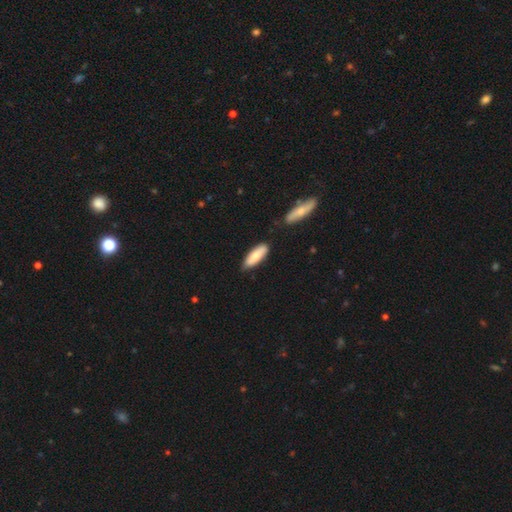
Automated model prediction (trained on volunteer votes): smooth-or-featured: smooth: 77% | featured or disk: 17% | star or artifact: 6%
  how-rounded: in between: 61% | cigar-shaped: 37% | round: 2%
  merging: none: 78% | minor disturbance: 15% | merger: 4% | major disturbance: 2%